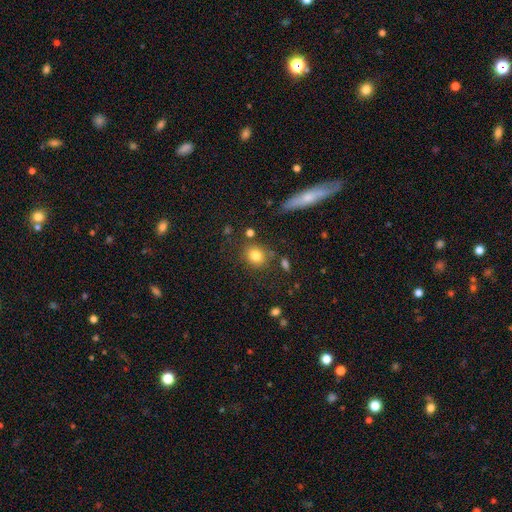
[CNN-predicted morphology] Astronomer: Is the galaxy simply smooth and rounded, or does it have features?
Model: smooth — 81%.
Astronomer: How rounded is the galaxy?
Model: round — 67%.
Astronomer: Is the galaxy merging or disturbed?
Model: none — 76%.